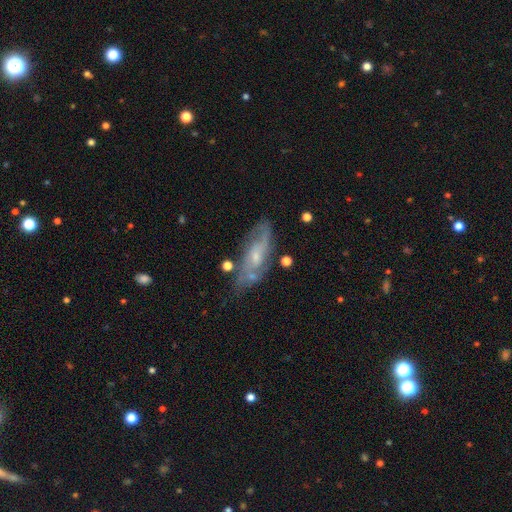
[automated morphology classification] Smooth or featured? featured or disk (72%)
Edge-on disk? no (85%)
Bar? no (62%)
Spiral arms? yes (85%)
Spiral winding? medium (42%)
Spiral arm count? 2 (47%)
Bulge size? small (65%)
Merging? none (65%)